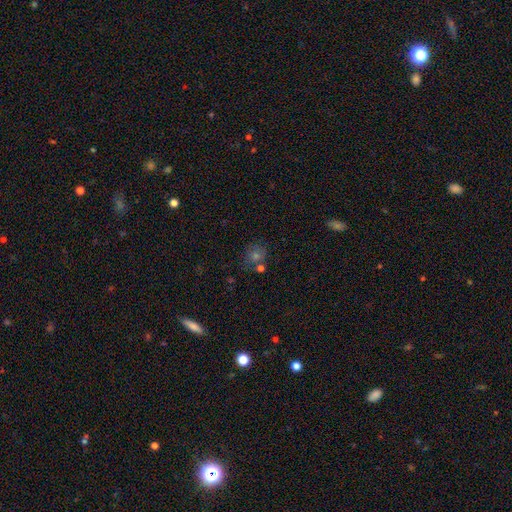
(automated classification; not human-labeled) Overall: smooth (52%; star or artifact 29%). How rounded: round (79%). Merging: none (73%).